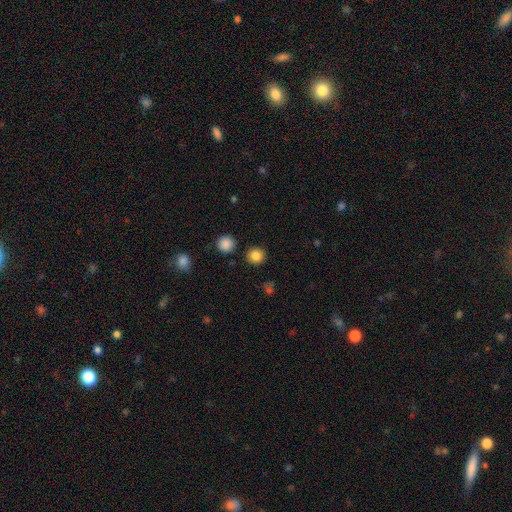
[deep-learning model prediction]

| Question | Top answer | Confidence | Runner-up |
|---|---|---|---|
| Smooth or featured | smooth | 84% | star or artifact (11%) |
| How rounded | round | 92% | in between (7%) |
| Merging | none | 90% | minor disturbance (5%) |